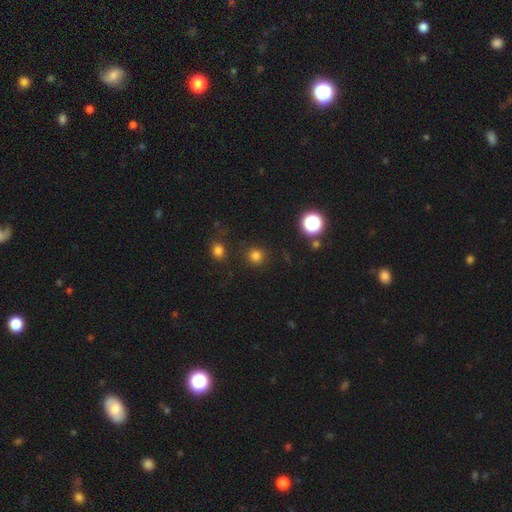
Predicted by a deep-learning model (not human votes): smooth-or-featured: smooth: 77% | star or artifact: 18% | featured or disk: 5%
  how-rounded: round: 91% | in between: 8% | cigar-shaped: 1%
  merging: none: 87% | minor disturbance: 7% | major disturbance: 3% | merger: 3%